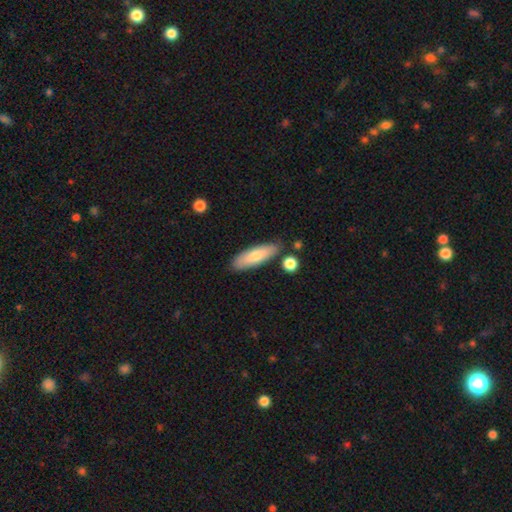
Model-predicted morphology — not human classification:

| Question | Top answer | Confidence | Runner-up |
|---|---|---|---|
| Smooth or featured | smooth | 77% | featured or disk (18%) |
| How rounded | cigar-shaped | 49% | tied: in between (49%) |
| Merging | none | 81% | minor disturbance (12%) |